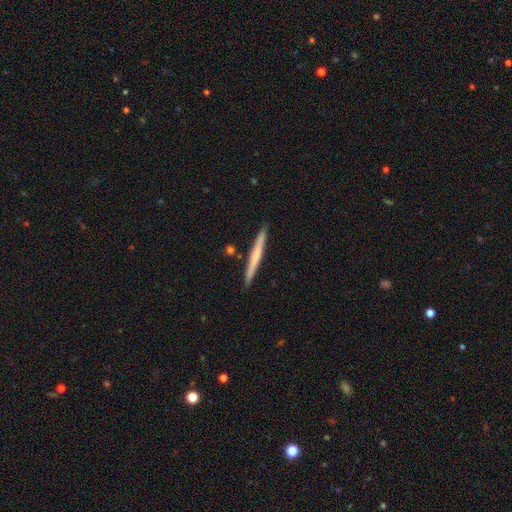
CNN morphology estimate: type=smooth (54%); roundness=cigar-shaped (97%); merging=none (90%).